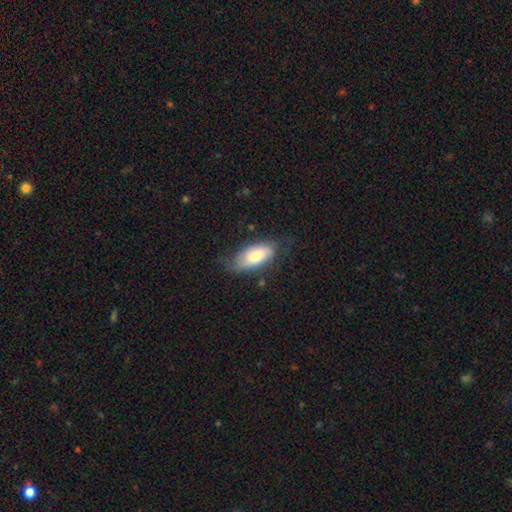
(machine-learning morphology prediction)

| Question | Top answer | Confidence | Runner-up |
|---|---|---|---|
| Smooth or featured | smooth | 70% | featured or disk (23%) |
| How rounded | in between | 87% | cigar-shaped (10%) |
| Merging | none | 63% | minor disturbance (27%) |